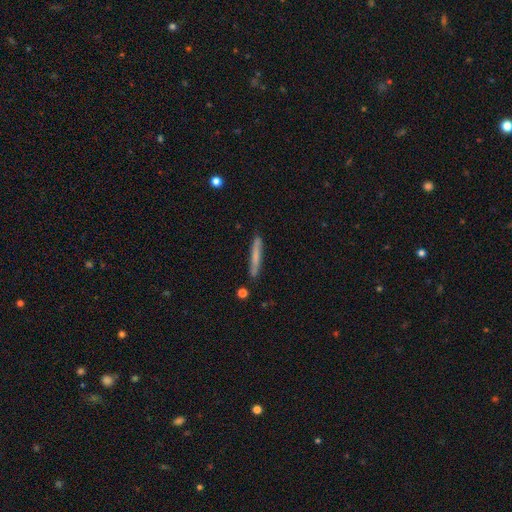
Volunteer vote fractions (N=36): This is likely a smooth galaxy (67%). How rounded: clearly cigar-shaped (96%). Merging: clearly none (97%).